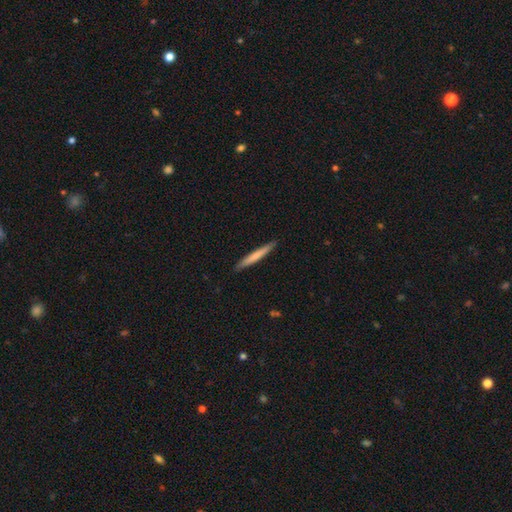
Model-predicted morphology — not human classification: Smooth or featured: smooth — 67% (featured or disk — 28%)
How rounded: cigar-shaped — 96% (in between — 3%)
Merging: none — 90% (minor disturbance — 7%)